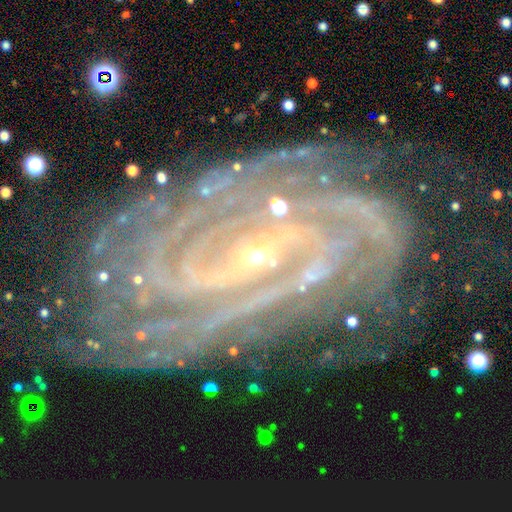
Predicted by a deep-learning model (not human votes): Overall: featured or disk (91%). Edge-on disk: no (95%). Bar: strong (38%; no 31%). Spiral arms: yes (98%). Spiral arm count: 2 (19%, tied with 3). Spiral winding: tight (71%). Bulge size: small (83%). Merging: none (69%).